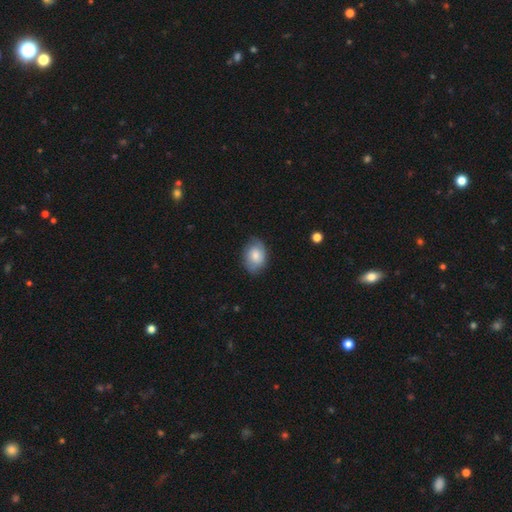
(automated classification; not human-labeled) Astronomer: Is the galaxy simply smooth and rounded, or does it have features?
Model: smooth — 74%.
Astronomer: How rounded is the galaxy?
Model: in between — 77%.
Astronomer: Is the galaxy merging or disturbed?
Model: none — 76%.